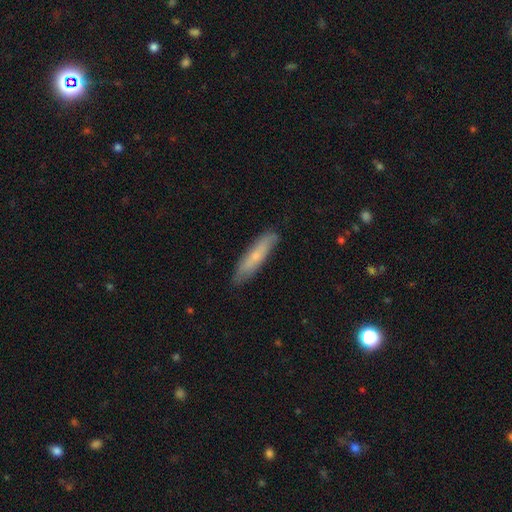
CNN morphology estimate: The model was most divided on "smooth or featured": smooth: 57%, featured or disk: 36%, star or artifact: 7%. More confident: how rounded — cigar-shaped (84%); merging — none (84%).